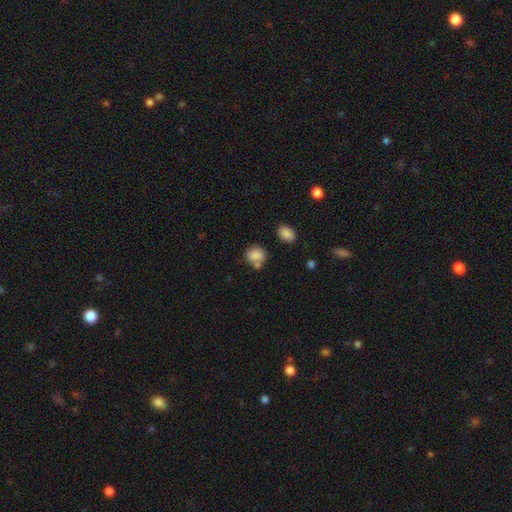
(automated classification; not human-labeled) A smooth galaxy with no disk features (83%) that is round (67%). Merging: none (58%).